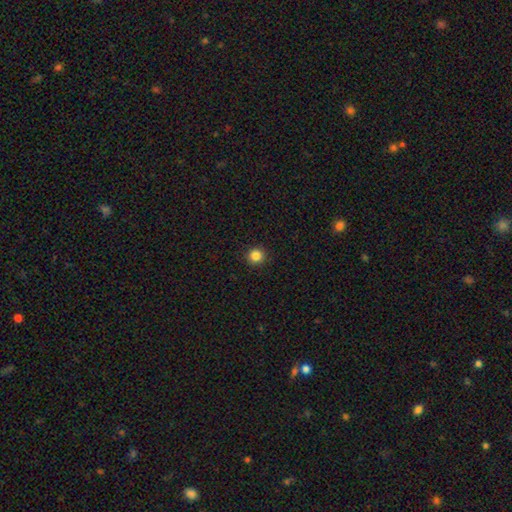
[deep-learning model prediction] This is clearly a smooth galaxy (85%). How rounded: clearly round (95%). Merging: clearly none (92%).